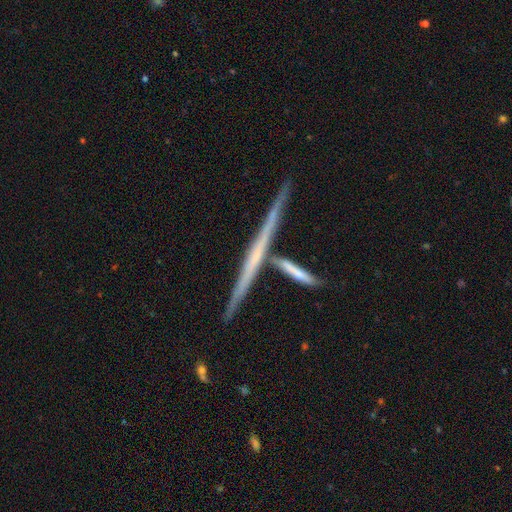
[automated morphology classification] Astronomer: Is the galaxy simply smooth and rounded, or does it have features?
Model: featured or disk — 68%.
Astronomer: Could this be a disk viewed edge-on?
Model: yes — 97%.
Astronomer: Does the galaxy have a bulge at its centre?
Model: none — 80%.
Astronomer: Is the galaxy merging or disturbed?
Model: none — 77%.